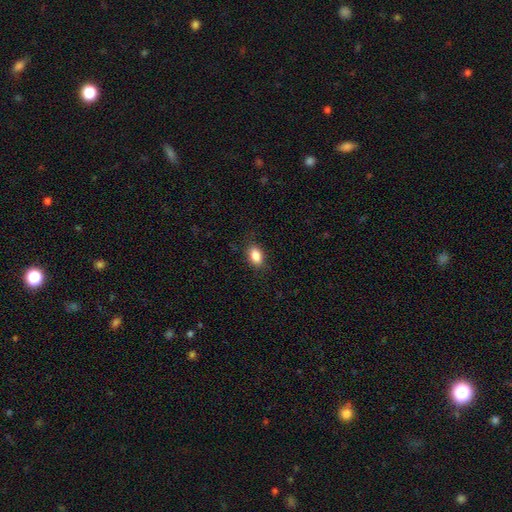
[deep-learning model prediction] A smooth galaxy with no disk features (86%) that is in between round and cigar-shaped (88%). Merging: none (85%).